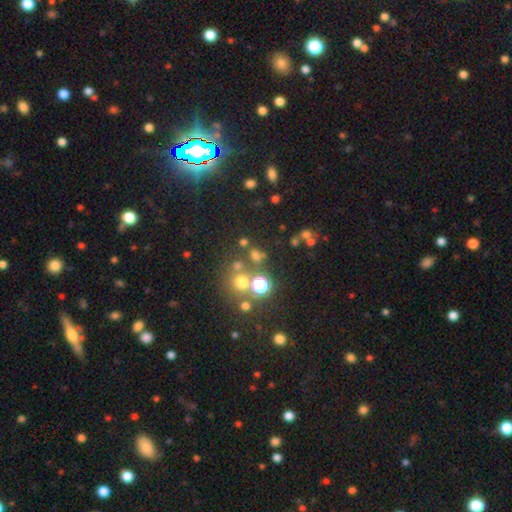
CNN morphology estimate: A smooth galaxy with no disk features (58%) that is round (78%).

Vote fractions:
- Smooth or featured? smooth: 58% / star or artifact: 32% / featured or disk: 10%
- How rounded? round: 78% / in between: 20% / cigar-shaped: 2%
- Merging? none: 68% / merger: 16% / minor disturbance: 10% / major disturbance: 6%